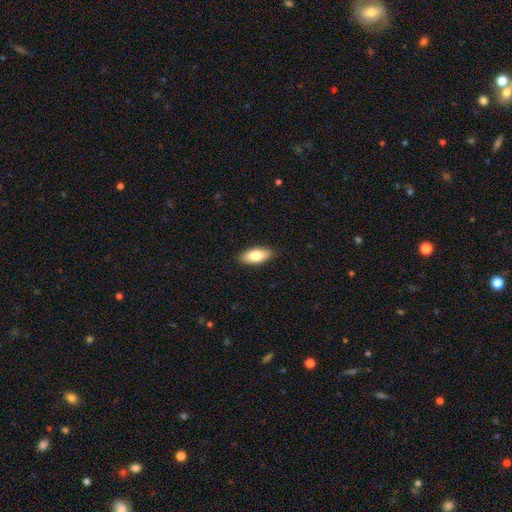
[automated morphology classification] This is likely a smooth galaxy (78%). How rounded: clearly in between (87%). Merging: clearly none (88%).